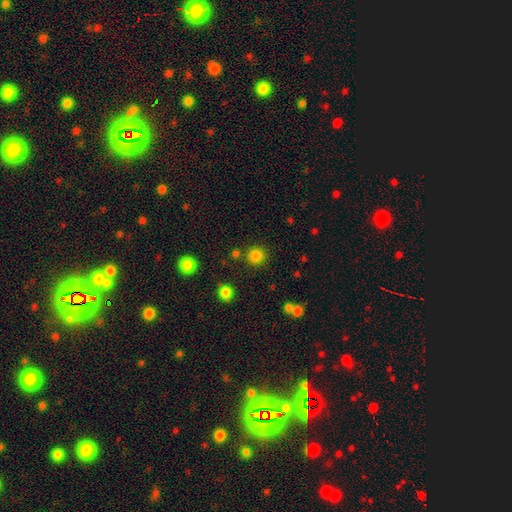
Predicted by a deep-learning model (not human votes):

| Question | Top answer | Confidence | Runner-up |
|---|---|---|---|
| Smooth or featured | smooth | 83% | star or artifact (13%) |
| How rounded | round | 93% | in between (6%) |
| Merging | none | 86% | minor disturbance (6%) |